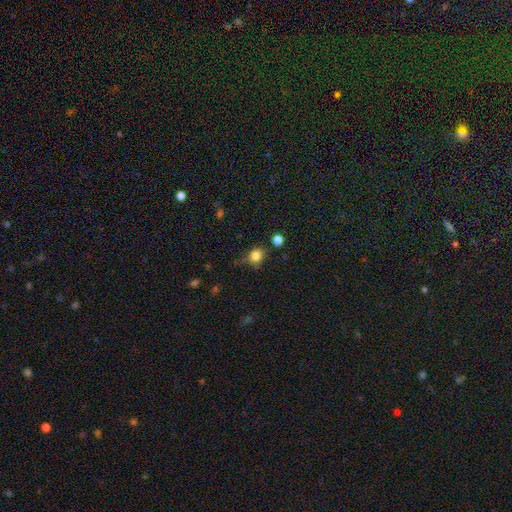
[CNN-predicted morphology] Smooth or featured? smooth (81%)
How rounded? round (75%)
Merging? none (67%)